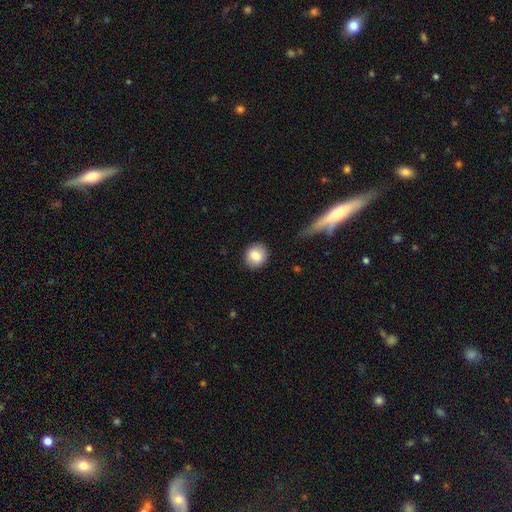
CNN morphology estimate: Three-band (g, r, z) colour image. It shows a smooth galaxy with no disk features (85%) that is round (83%). Merging: none (88%).